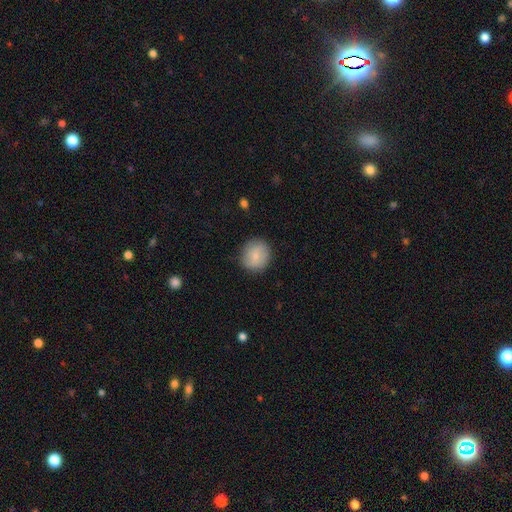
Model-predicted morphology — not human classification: smooth 78%, featured or disk 15%, star or artifact 7%. Down the decision tree: how rounded — round (85%); merging — none (84%).